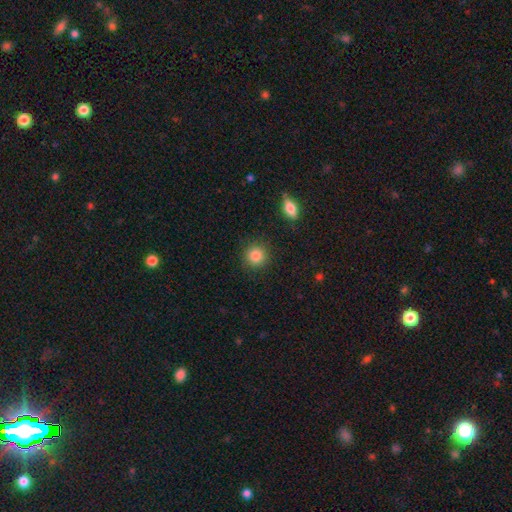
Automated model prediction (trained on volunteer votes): Overall: smooth (86%). How rounded: round (91%). Merging: none (90%).